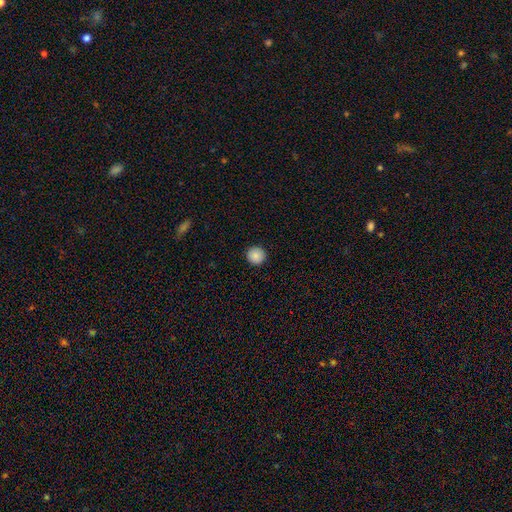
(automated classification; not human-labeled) smooth 87%, star or artifact 8%, featured or disk 4%. Down the decision tree: how rounded — round (95%); merging — none (92%).